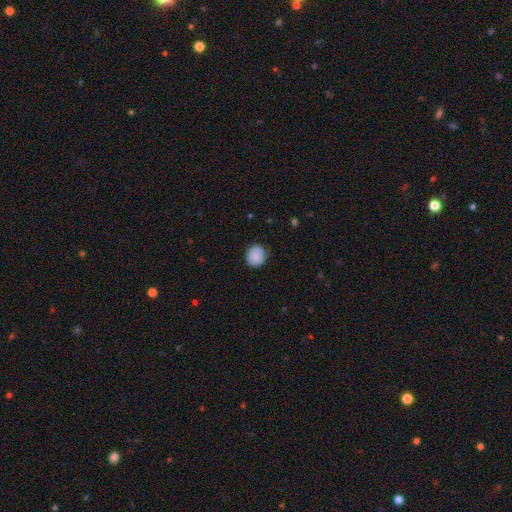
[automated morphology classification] A smooth galaxy with no disk features (88%) that is round (82%). Merging: none (83%).